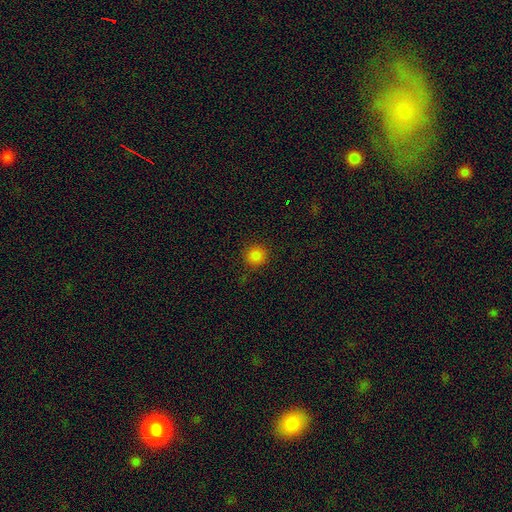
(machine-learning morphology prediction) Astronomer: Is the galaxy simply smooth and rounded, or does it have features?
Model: smooth — 84%.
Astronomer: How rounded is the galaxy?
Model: round — 92%.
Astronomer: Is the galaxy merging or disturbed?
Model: none — 88%.